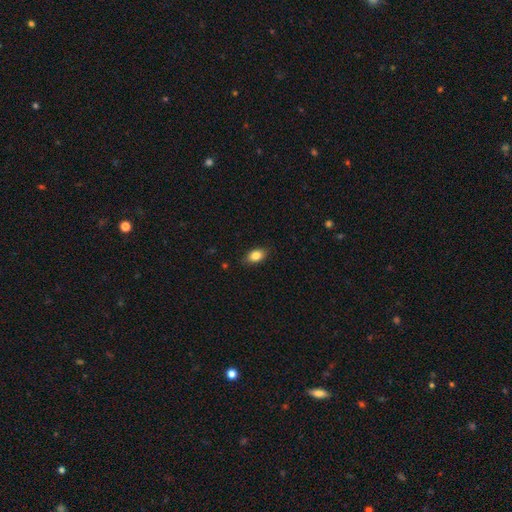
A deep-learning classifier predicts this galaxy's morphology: This is clearly a smooth galaxy (85%). How rounded: clearly in between (87%). Merging: clearly none (85%).